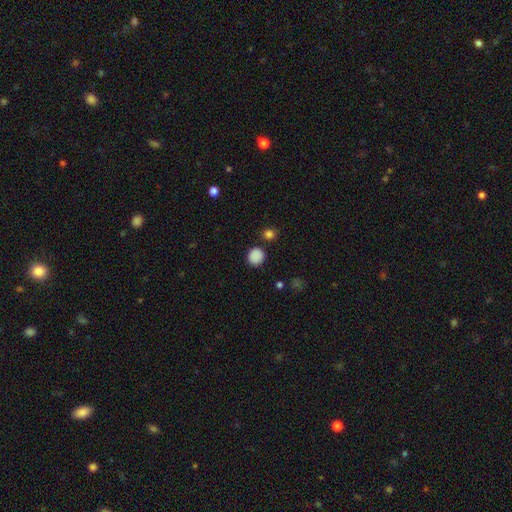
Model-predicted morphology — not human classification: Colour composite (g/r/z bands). It shows a smooth galaxy with no disk features (86%) that is round (85%). Merging: none (84%).